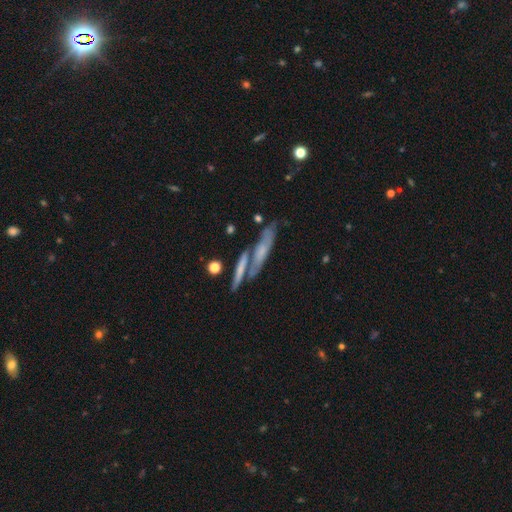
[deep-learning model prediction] featured or disk 63%, smooth 23%, star or artifact 14%. Down the decision tree: edge-on disk — yes (63%); merging — none (58%).